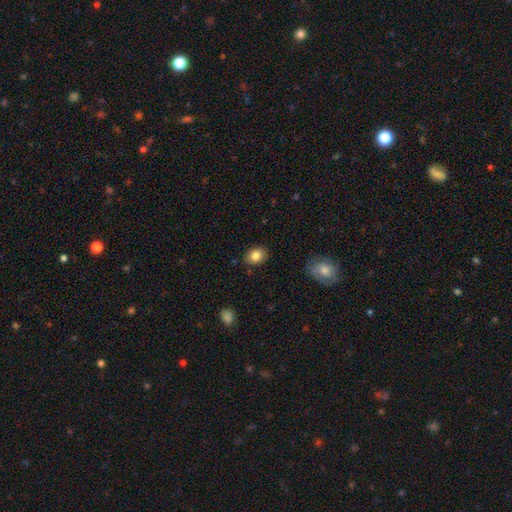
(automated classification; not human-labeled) Smooth or featured? smooth (84%)
How rounded? in between (62%)
Merging? none (85%)